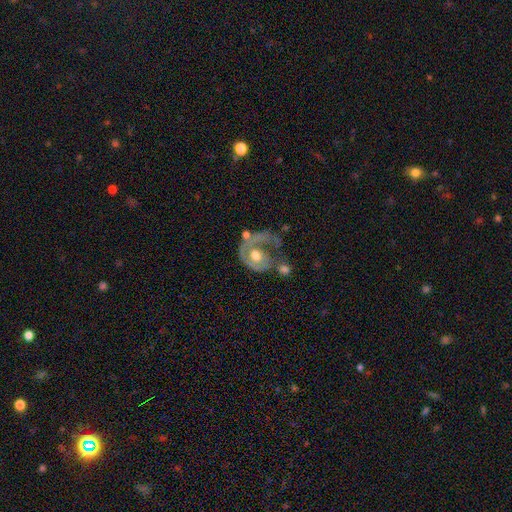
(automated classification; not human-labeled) Morphology: type=featured or disk (76%); edge-on=no (97%); bar=no (79%); spiral arms=yes (73%); winding=tight (43%); arm count=1 (74%); bulge=moderate (72%); merging=major disturbance (36%).